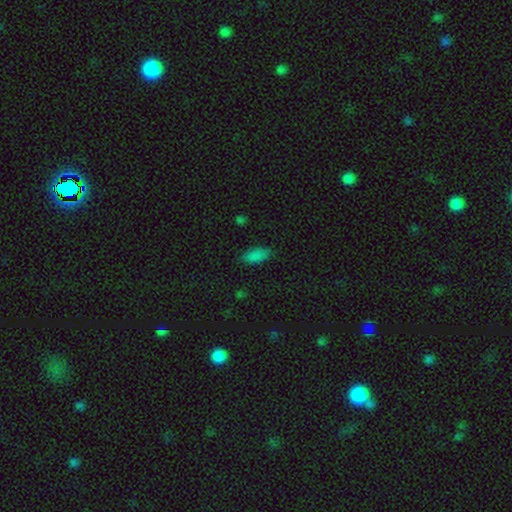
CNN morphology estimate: A smooth galaxy with no disk features (84%) that is in between round and cigar-shaped (88%). Merging: none (82%).